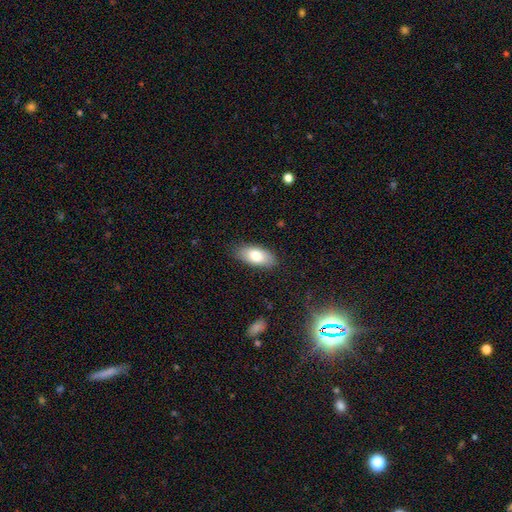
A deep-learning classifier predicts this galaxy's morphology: This appears to be a smooth galaxy with no disk features (77%) that is in between round and cigar-shaped (89%). Merging: none (85%).